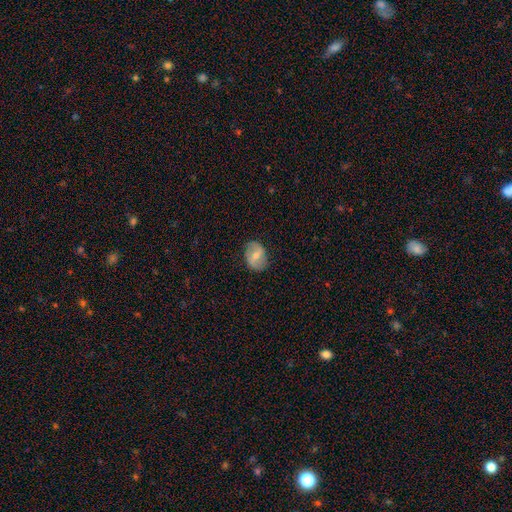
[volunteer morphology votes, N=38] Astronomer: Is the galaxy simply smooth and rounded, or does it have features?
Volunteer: featured or disk — 63%.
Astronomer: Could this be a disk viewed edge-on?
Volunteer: no — 96%.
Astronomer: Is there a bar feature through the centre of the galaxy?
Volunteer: strong — 35%, tied with weak at 35%.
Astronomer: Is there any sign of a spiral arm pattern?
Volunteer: no — 61% (runner-up: yes, 39%).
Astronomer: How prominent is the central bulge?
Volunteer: small — 52% (runner-up: moderate, 43%).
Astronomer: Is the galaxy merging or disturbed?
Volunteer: none — 67%.